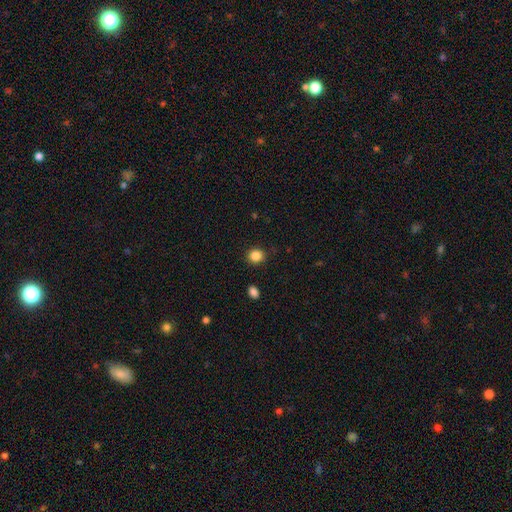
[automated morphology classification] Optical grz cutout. It shows a smooth galaxy with no disk features (86%) that is round (87%). Merging: none (89%).